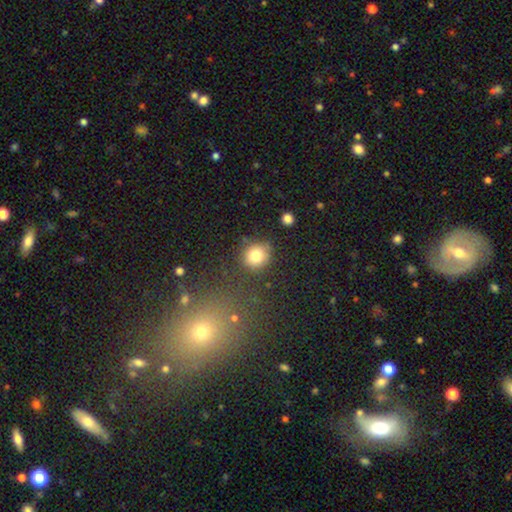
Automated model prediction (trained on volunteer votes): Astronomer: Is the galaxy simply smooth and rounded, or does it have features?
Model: smooth — 80%.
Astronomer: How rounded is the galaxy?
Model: round — 85%.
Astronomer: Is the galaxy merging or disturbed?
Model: none — 81%.